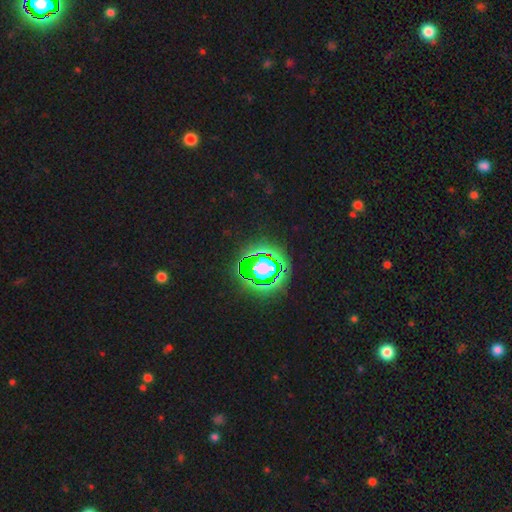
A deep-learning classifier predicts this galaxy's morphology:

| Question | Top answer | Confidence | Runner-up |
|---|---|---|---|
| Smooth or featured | star or artifact | 83% | smooth (11%) |